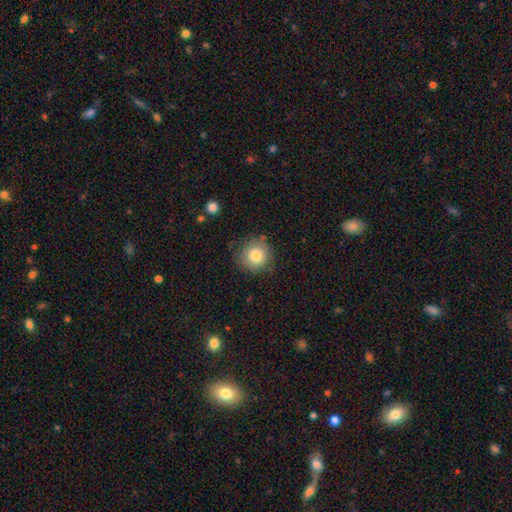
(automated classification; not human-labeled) smooth-or-featured: smooth: 80% | featured or disk: 10% | star or artifact: 9%
  how-rounded: round: 93% | in between: 6% | cigar-shaped: 1%
  merging: none: 80% | minor disturbance: 13% | major disturbance: 4% | merger: 2%